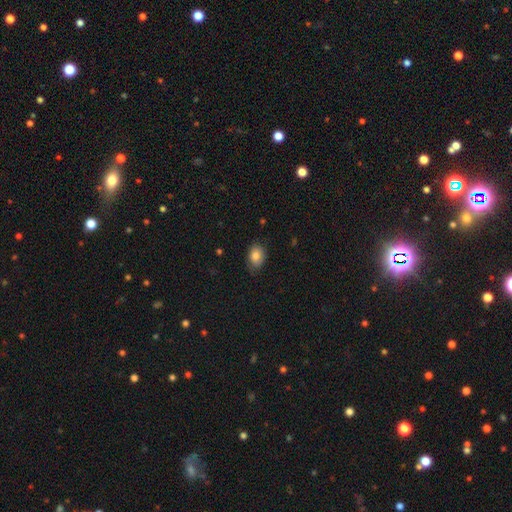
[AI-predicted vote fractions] Morphology: type=smooth (84%); roundness=in between (74%); merging=none (77%).